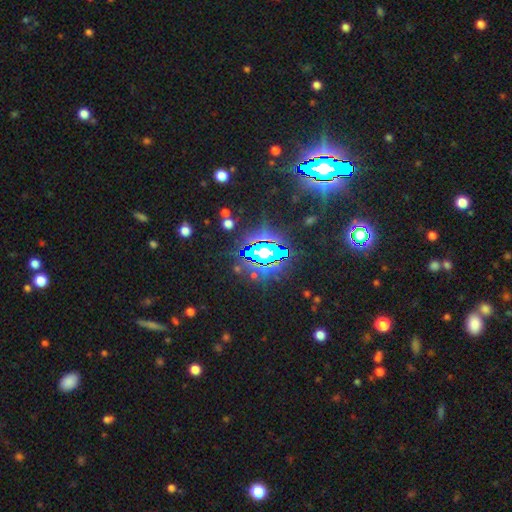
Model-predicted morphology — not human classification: type=star or artifact (83%).